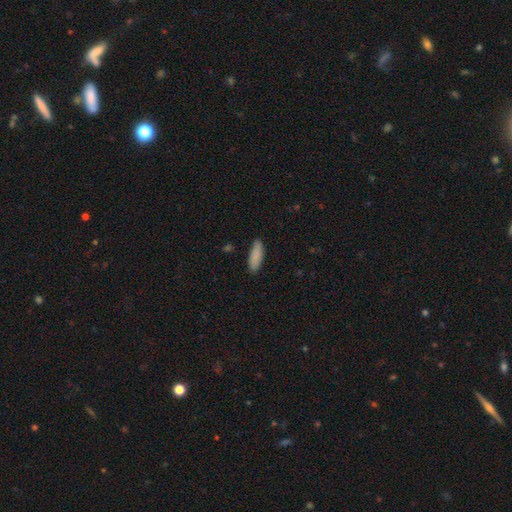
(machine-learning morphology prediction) Q: Smooth or featured?
A: smooth (86%); runner-up: featured or disk (8%)
Q: How rounded?
A: in between (65%); runner-up: cigar-shaped (33%)
Q: Merging?
A: none (84%); runner-up: minor disturbance (12%)